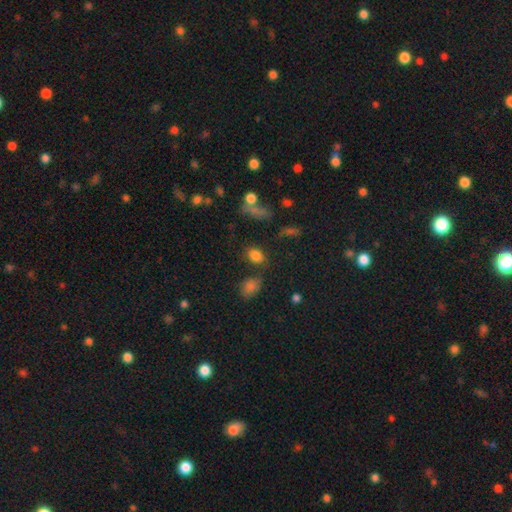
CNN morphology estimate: Q: Smooth or featured?
A: smooth (81%); runner-up: star or artifact (13%)
Q: How rounded?
A: in between (66%); runner-up: round (32%)
Q: Merging?
A: none (72%); runner-up: minor disturbance (15%)